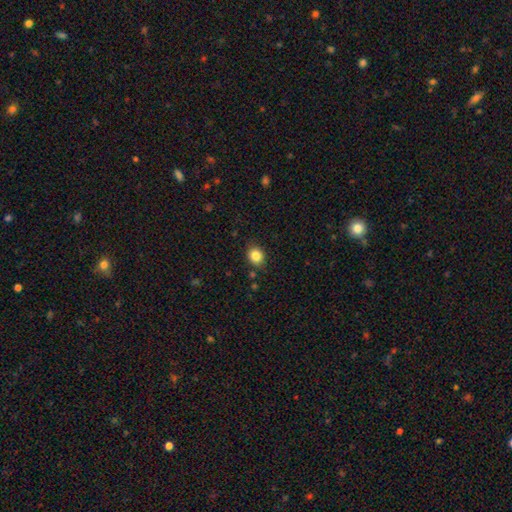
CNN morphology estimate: Smooth or featured: smooth — 85% (star or artifact — 10%)
How rounded: round — 58% (in between — 41%)
Merging: none — 85% (minor disturbance — 11%)